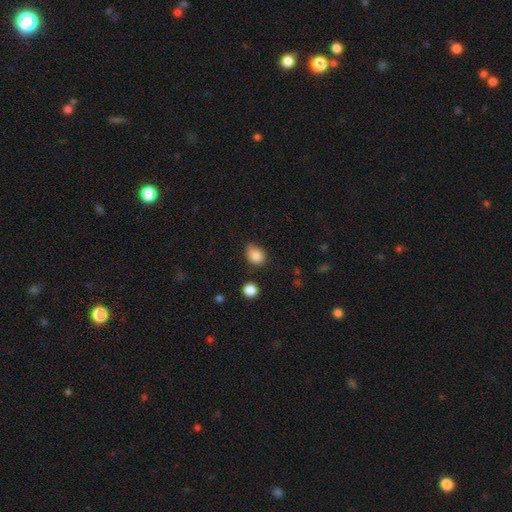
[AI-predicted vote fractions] A smooth galaxy with no disk features (84%) that is in between round and cigar-shaped (52%).

Vote fractions:
- Smooth or featured? smooth: 84% / star or artifact: 10% / featured or disk: 6%
- How rounded? in between: 52% / round: 46% / cigar-shaped: 1%
- Merging? none: 61% / minor disturbance: 30% / major disturbance: 6% / merger: 4%